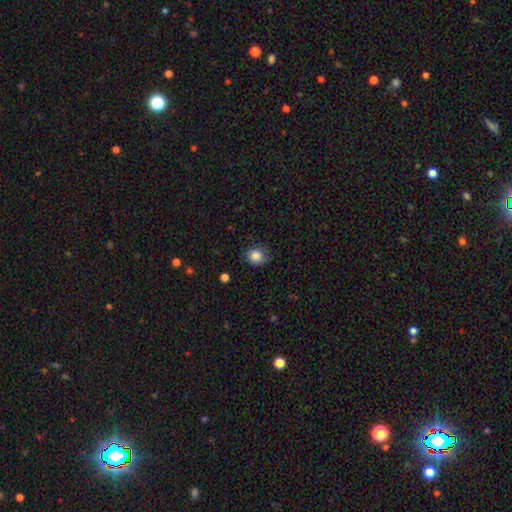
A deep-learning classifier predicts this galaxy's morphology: smooth 85%, star or artifact 10%, featured or disk 5%. Down the decision tree: how rounded — round (74%); merging — none (80%).